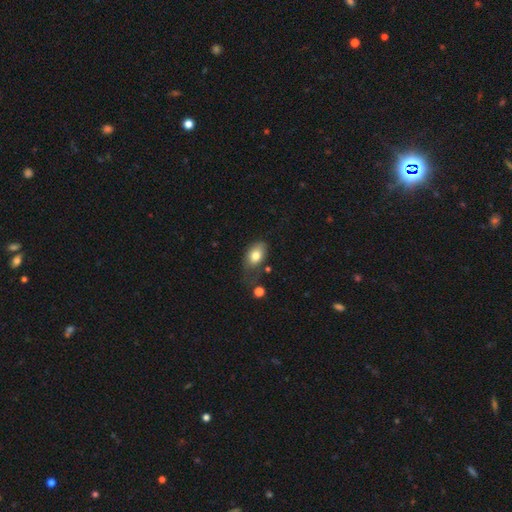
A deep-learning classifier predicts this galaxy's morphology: Smooth or featured: smooth — 77% (featured or disk — 15%)
How rounded: in between — 86% (round — 12%)
Merging: none — 46% (minor disturbance — 31%)